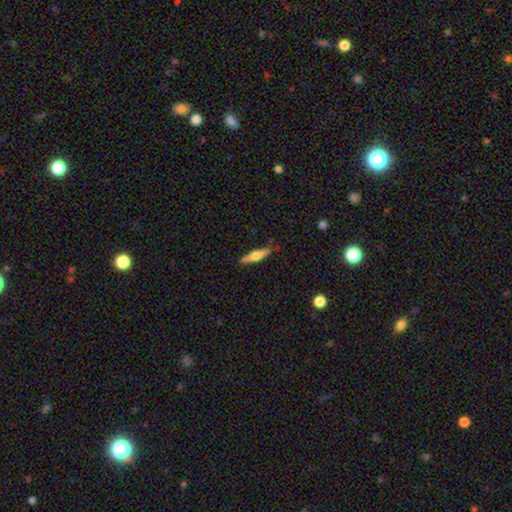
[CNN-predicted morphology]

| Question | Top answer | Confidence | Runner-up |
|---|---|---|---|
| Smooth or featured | featured or disk | 47% | tied: smooth (47%) |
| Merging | none | 83% | minor disturbance (13%) |